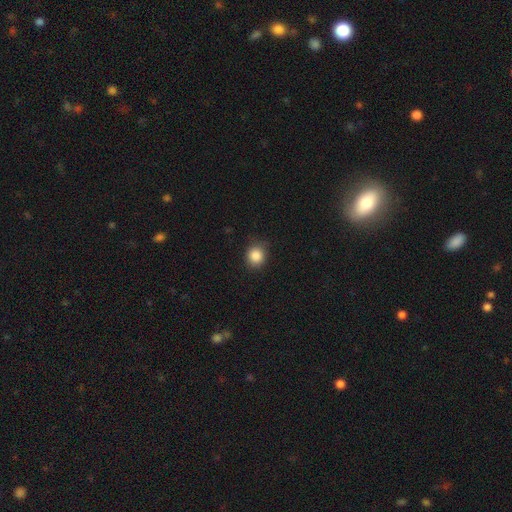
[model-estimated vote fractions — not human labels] This appears to be a smooth galaxy with no disk features (86%) that is round (83%). Merging: none (82%).